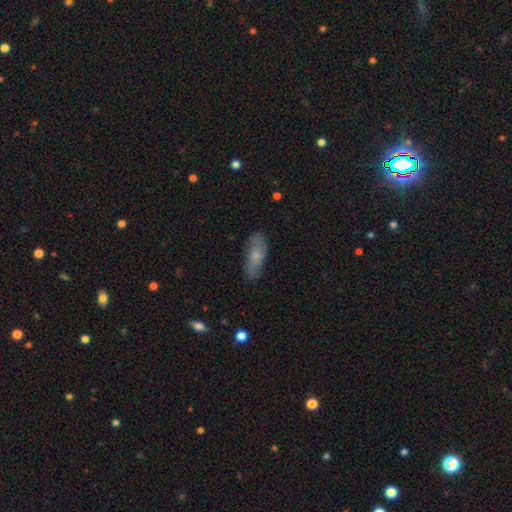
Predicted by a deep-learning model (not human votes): Smooth or featured? smooth (62%)
How rounded? in between (67%)
Merging? none (79%)